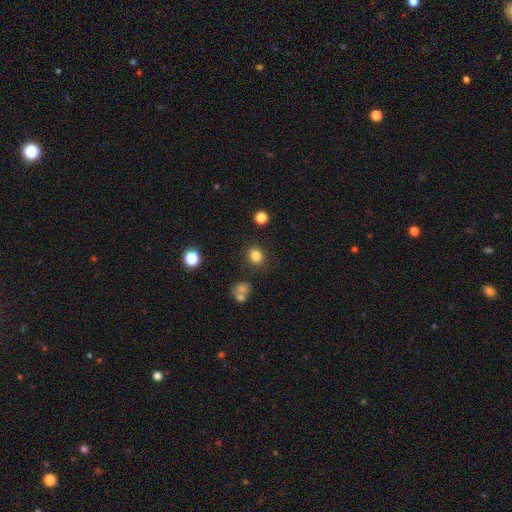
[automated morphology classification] This is clearly a smooth galaxy (82%). How rounded: likely round (61%). Merging: clearly none (84%).